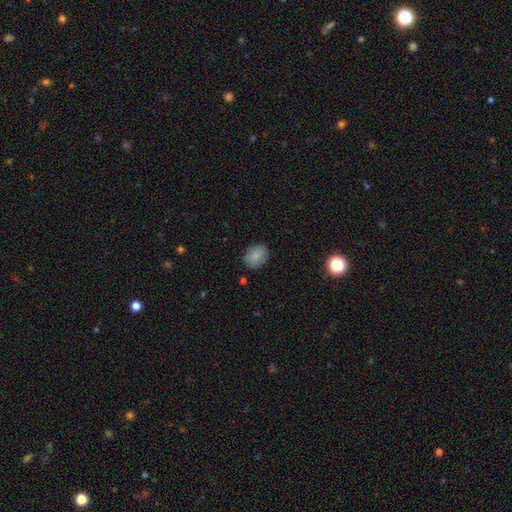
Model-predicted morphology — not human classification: The model was most divided on "how rounded": in between: 61%, round: 38%, cigar-shaped: 1%. More confident: smooth or featured — smooth (86%); merging — none (85%).